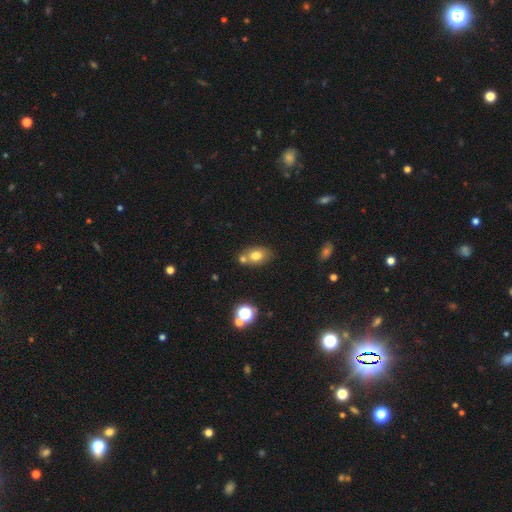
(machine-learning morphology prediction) type=smooth (74%); roundness=in between (72%); merging=none (54%).